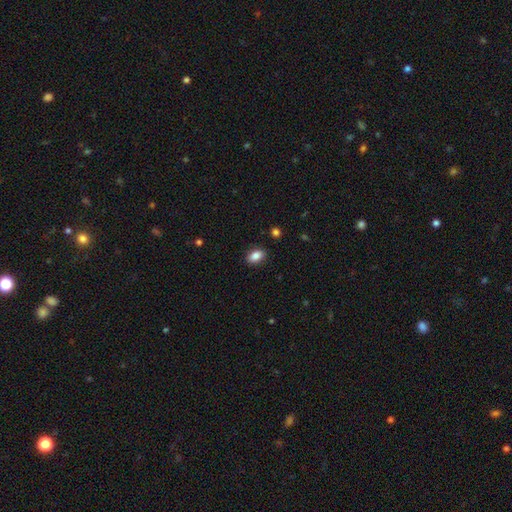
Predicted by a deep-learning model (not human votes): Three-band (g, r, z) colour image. It shows a smooth galaxy with no disk features (85%) that is in between round and cigar-shaped (86%). Merging: none (89%).